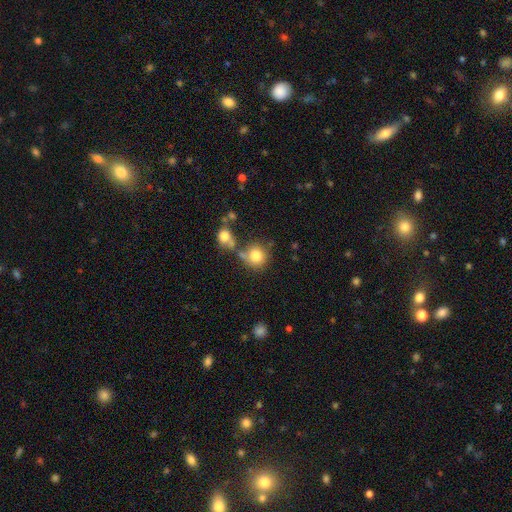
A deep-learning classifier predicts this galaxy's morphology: Overall: smooth (79%). How rounded: round (89%). Merging: none (58%; merger 24%).